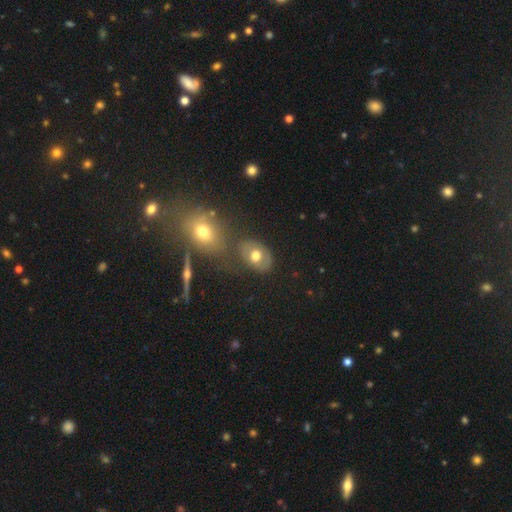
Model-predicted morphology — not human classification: Smooth or featured?
  - smooth: 63% *
  - featured or disk: 26%
  - star or artifact: 10%
How rounded?
  - in between: 72% *
  - round: 27%
  - cigar-shaped: 1%
Merging?
  - none: 60% *
  - merger: 18%
  - minor disturbance: 16%
  - major disturbance: 7%